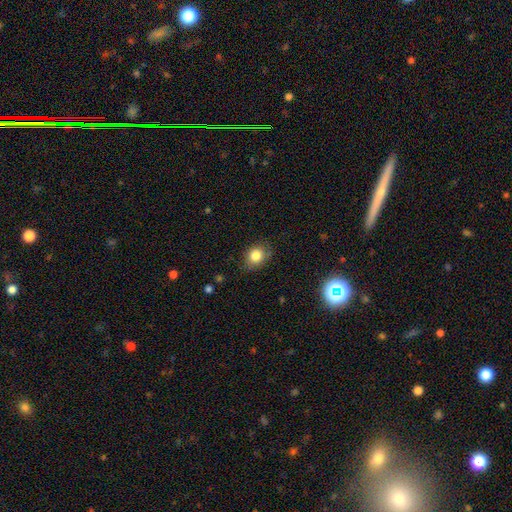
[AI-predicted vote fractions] Smooth or featured?
  - smooth: 82% *
  - star or artifact: 10%
  - featured or disk: 8%
How rounded?
  - round: 55% *
  - in between: 44%
  - cigar-shaped: 1%
Merging?
  - none: 77% *
  - minor disturbance: 18%
  - major disturbance: 4%
  - merger: 1%